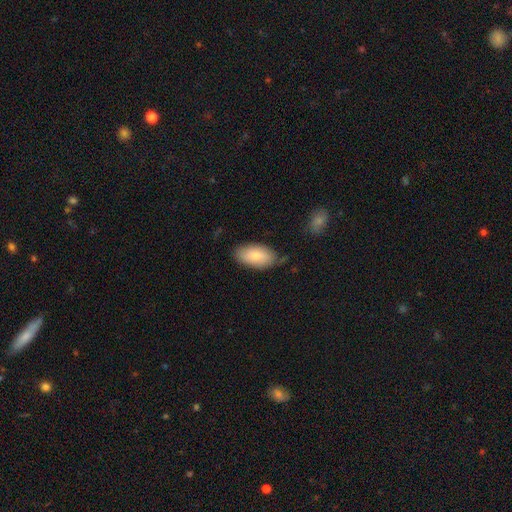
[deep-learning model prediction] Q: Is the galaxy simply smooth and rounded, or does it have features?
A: smooth — 81%.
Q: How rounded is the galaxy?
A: in between — 94%.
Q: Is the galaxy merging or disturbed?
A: none — 72%.